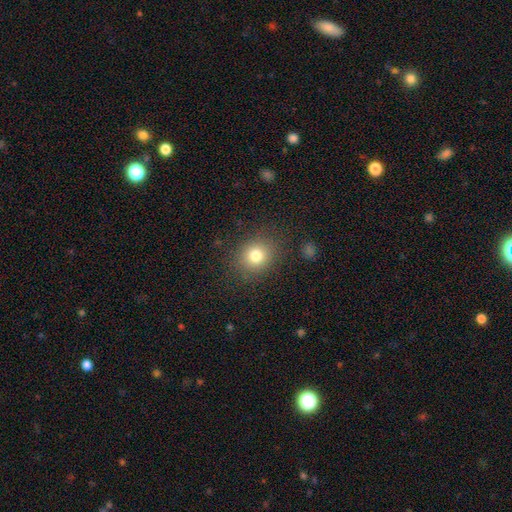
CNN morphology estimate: Smooth or featured? Predicted: smooth (p=0.78). How rounded? Predicted: round (p=0.75). Merging? Predicted: none (p=0.85).